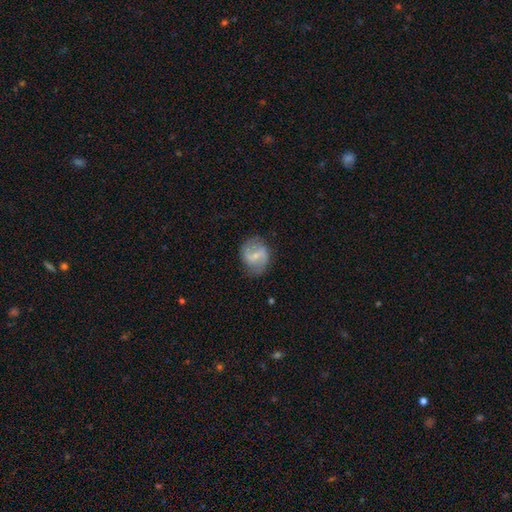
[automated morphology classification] Smooth or featured? featured or disk (58%)
Edge-on disk? no (97%)
Bar? weak (50%)
Spiral arms? yes (80%)
Bulge size? small (63%)
Merging? none (72%)